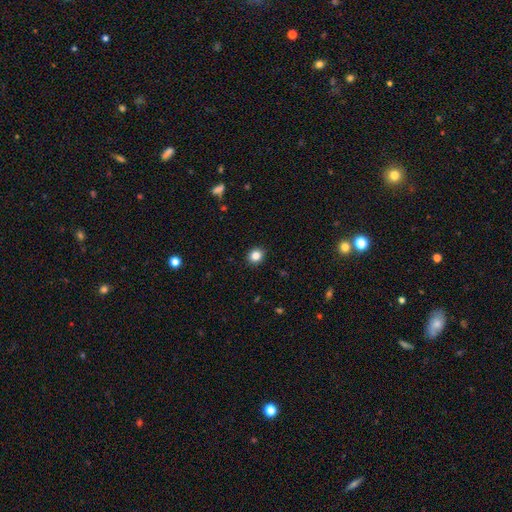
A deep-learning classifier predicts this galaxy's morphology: Q: Smooth or featured?
A: smooth (84%); runner-up: star or artifact (11%)
Q: How rounded?
A: round (78%); runner-up: in between (22%)
Q: Merging?
A: none (92%); runner-up: minor disturbance (6%)